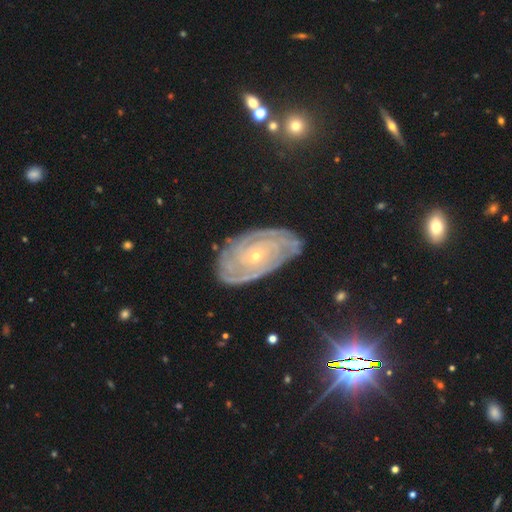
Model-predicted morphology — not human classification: Smooth or featured? featured or disk (86%)
Edge-on disk? no (95%)
Bar? no (75%)
Spiral arms? yes (97%)
Spiral winding? tight (82%)
Spiral arm count? can't tell (30%)
Bulge size? small (80%)
Merging? none (79%)